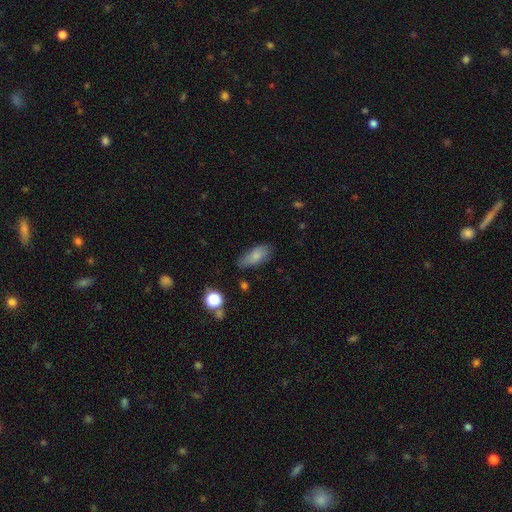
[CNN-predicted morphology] type=smooth (80%); roundness=in between (83%); merging=none (67%).